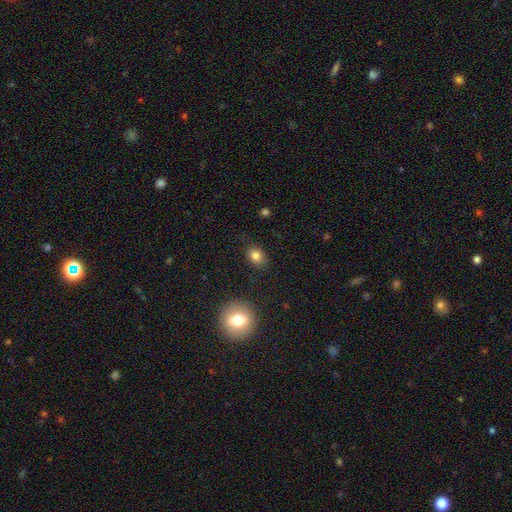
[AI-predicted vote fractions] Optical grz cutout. It shows a smooth galaxy with no disk features (81%) that is in between round and cigar-shaped (64%). Merging: none (81%).